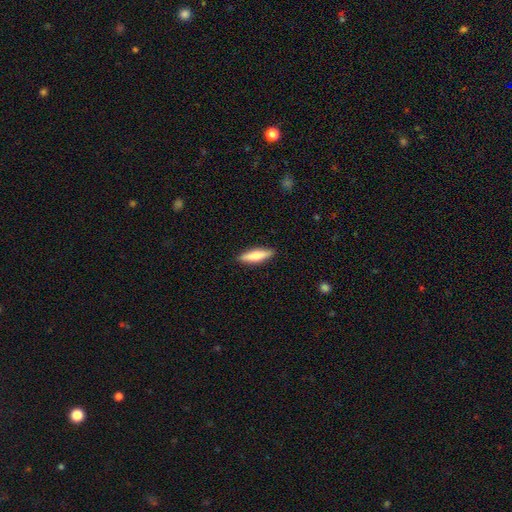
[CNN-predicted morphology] Smooth or featured? Predicted: smooth (p=0.69). How rounded? Predicted: cigar-shaped (p=0.68). Merging? Predicted: none (p=0.90).